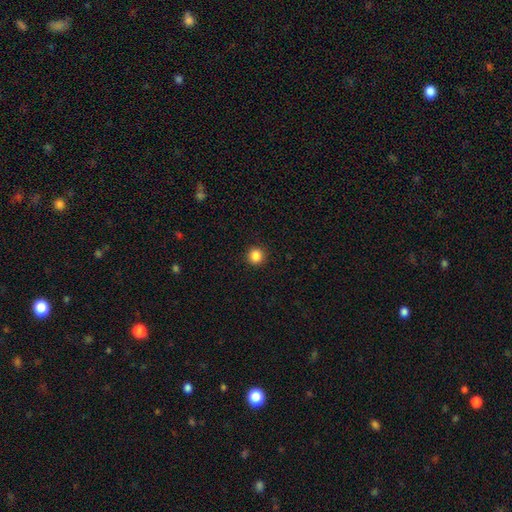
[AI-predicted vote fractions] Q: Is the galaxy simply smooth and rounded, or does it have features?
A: smooth — 86%.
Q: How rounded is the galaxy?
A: round — 94%.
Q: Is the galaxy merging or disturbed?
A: none — 92%.